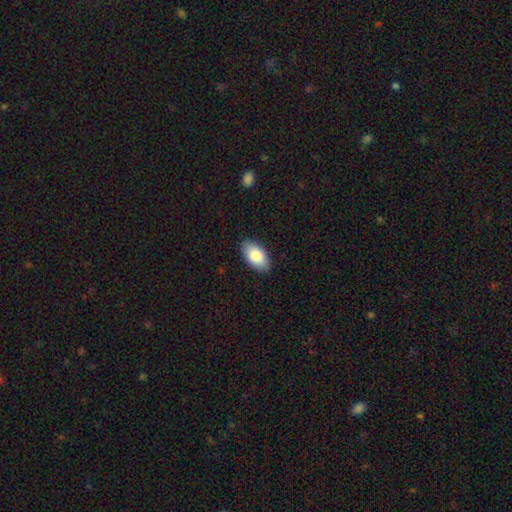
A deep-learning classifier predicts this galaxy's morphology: This appears to be a smooth galaxy with no disk features (83%) that is in between round and cigar-shaped (95%). Merging: none (88%).